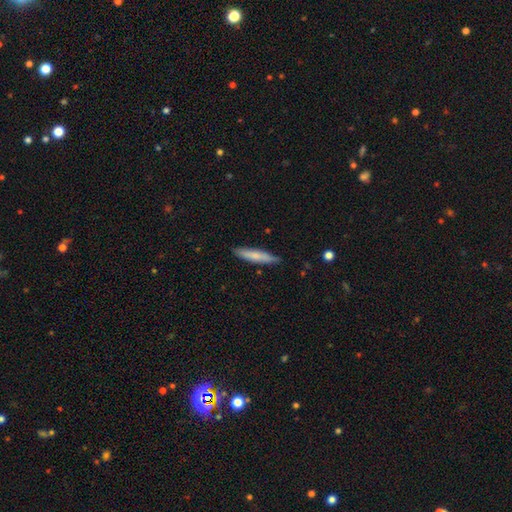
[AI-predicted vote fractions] Smooth or featured? smooth (70%)
How rounded? cigar-shaped (89%)
Merging? none (86%)